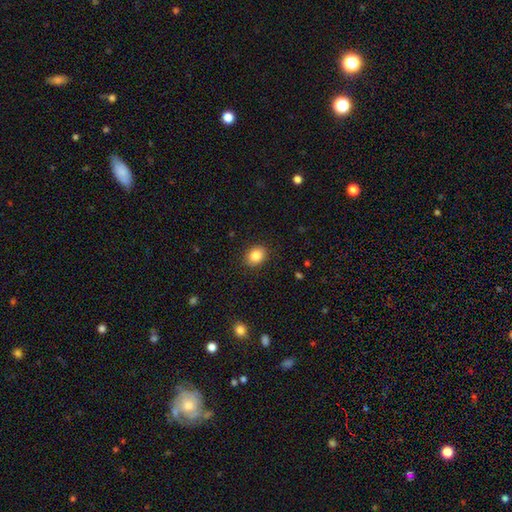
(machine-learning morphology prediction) type=smooth (85%); roundness=in between (54%); merging=none (89%).